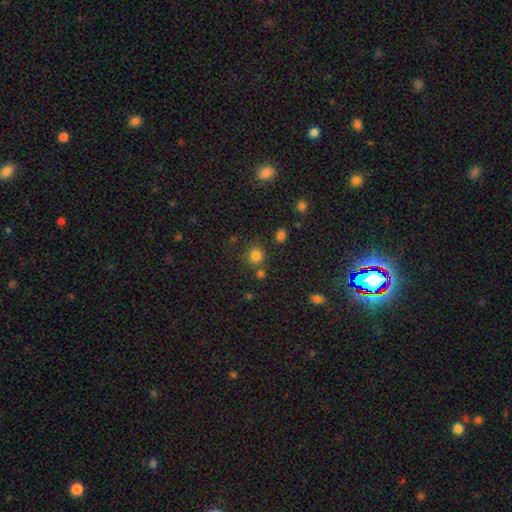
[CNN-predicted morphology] The model was most divided on "merging": none: 72%, merger: 13%, minor disturbance: 10%, major disturbance: 4%. More confident: how rounded — round (88%); smooth or featured — smooth (79%).